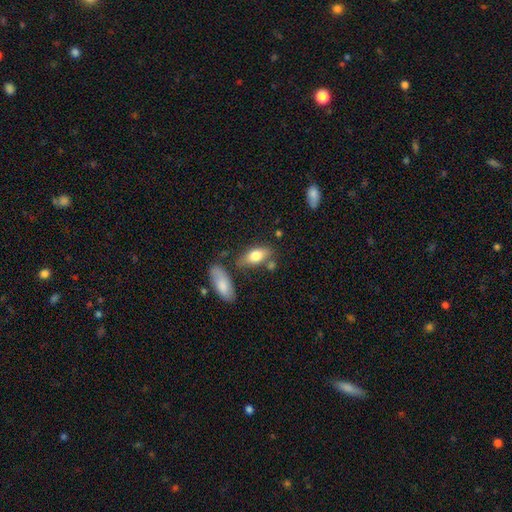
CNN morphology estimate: smooth 73%, featured or disk 20%, star or artifact 7%. Down the decision tree: how rounded — in between (82%); merging — none (66%).